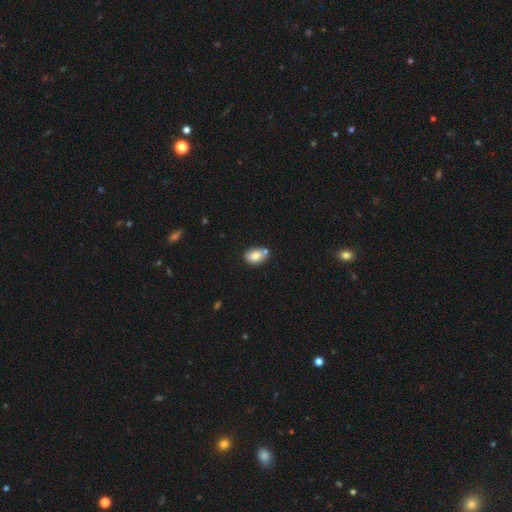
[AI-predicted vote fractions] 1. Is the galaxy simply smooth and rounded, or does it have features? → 79% smooth, 13% featured or disk, 8% star or artifact.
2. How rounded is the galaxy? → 80% in between, 19% round, 1% cigar-shaped.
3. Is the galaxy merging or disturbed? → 60% none, 19% minor disturbance, 17% merger, 4% major disturbance.